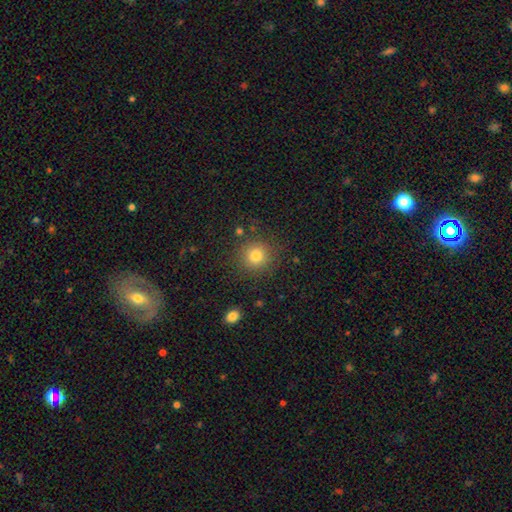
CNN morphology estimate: Smooth or featured? Predicted: smooth (p=0.80). How rounded? Predicted: round (p=0.91). Merging? Predicted: none (p=0.86).